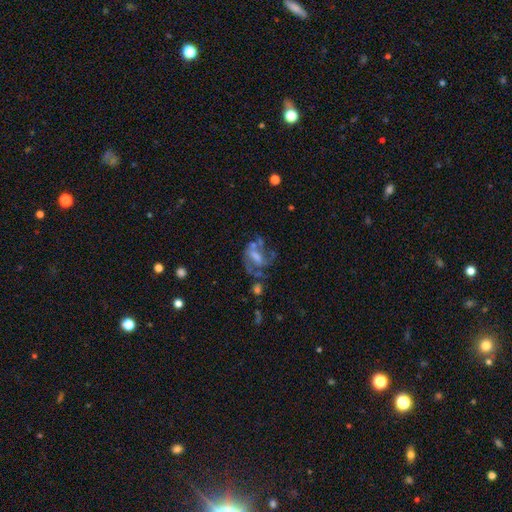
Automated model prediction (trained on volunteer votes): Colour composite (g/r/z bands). It shows a featured or disk galaxy (67%) with a weak bar (42%), spiral arms (62%) and a moderate central bulge (38%). Merging: none (34%).